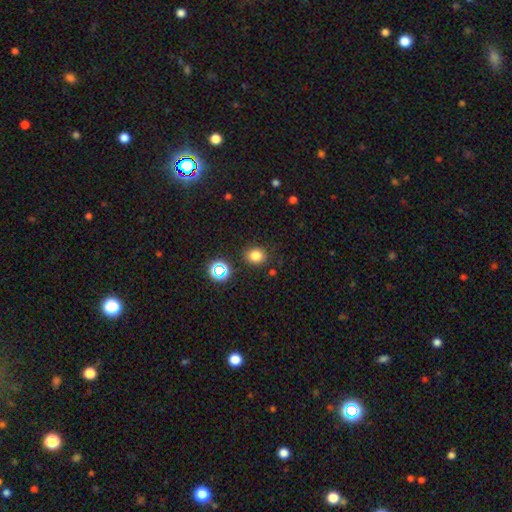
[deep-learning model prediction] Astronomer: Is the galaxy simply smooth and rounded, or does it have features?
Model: smooth — 77%.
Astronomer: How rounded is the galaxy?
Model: round — 66%.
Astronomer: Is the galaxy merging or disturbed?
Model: none — 83%.